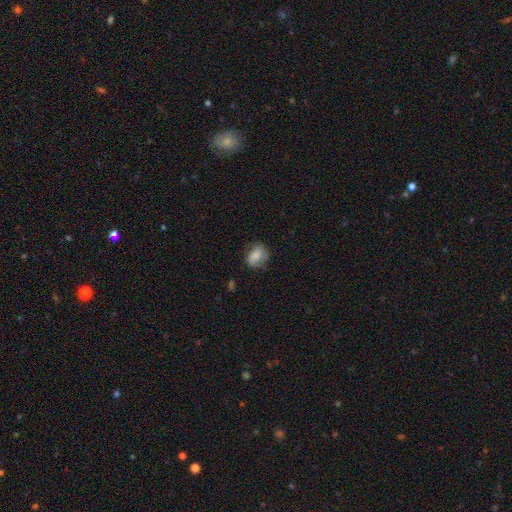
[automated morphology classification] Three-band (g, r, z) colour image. It shows a smooth galaxy with no disk features (74%) that is in between round and cigar-shaped (69%). Merging: none (57%).